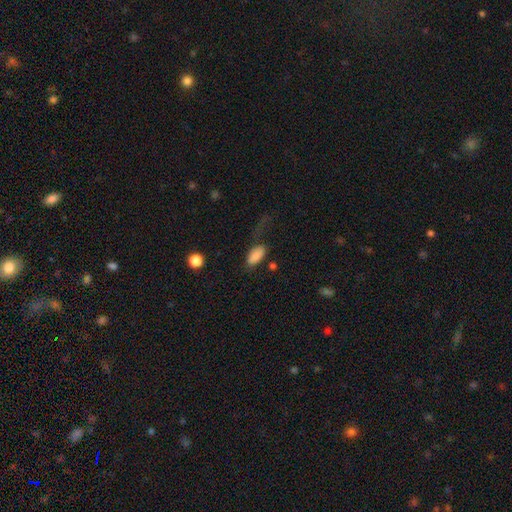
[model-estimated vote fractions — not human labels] A smooth galaxy with no disk features (85%) that is in between round and cigar-shaped (92%). Merging: none (53%).